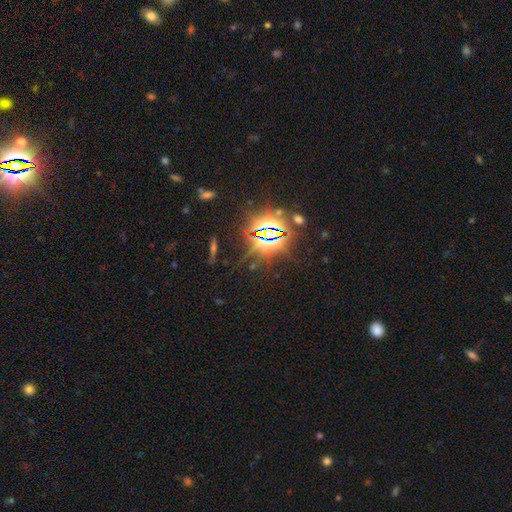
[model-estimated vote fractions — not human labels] This appears to be a star or artifact, not a galaxy (85%).